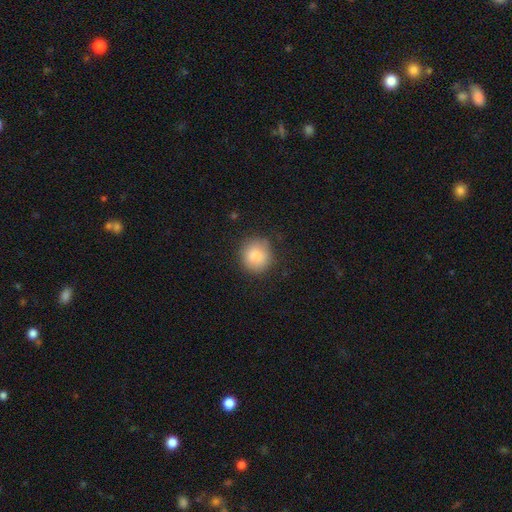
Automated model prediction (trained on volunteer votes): A smooth galaxy with no disk features (84%) that is round (89%).

Vote fractions:
- Smooth or featured? smooth: 84% / star or artifact: 8% / featured or disk: 8%
- How rounded? round: 89% / in between: 10% / cigar-shaped: 1%
- Merging? none: 76% / minor disturbance: 17% / major disturbance: 5% / merger: 2%